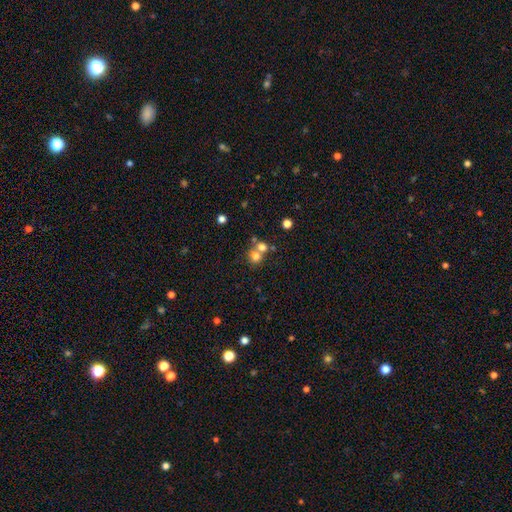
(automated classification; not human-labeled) smooth 74%, star or artifact 14%, featured or disk 12%. Down the decision tree: how rounded — round (80%); merging — merger (50%).